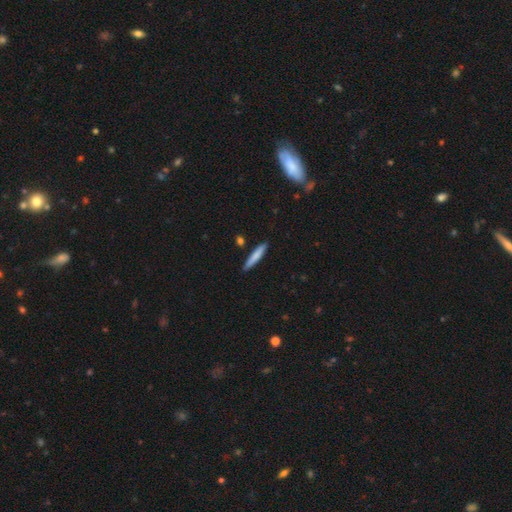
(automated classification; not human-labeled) A smooth galaxy with no disk features (77%) that is cigar-shaped (94%).

Vote fractions:
- Smooth or featured? smooth: 77% / featured or disk: 18% / star or artifact: 5%
- How rounded? cigar-shaped: 94% / in between: 5% / round: 1%
- Merging? none: 89% / minor disturbance: 7% / merger: 2% / major disturbance: 1%